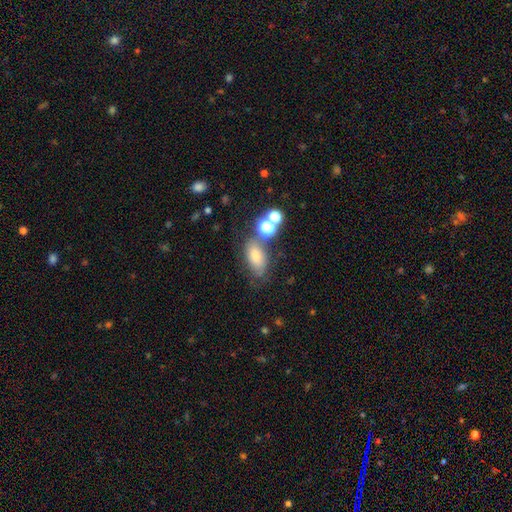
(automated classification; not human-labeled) Smooth or featured? Predicted: smooth (p=0.64). How rounded? Predicted: in between (p=0.81). Merging? Predicted: none (p=0.53).